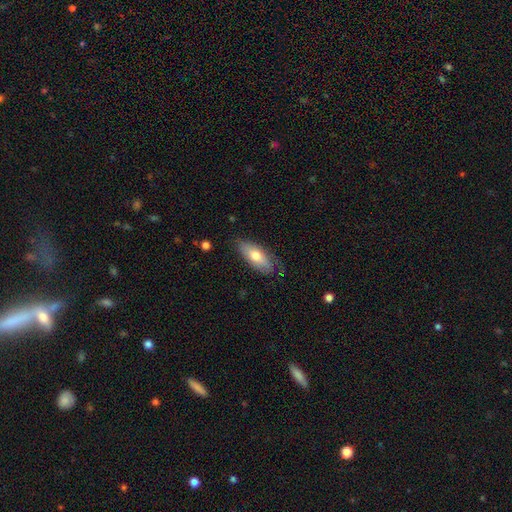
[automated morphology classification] Smooth or featured? Predicted: smooth (p=0.67). How rounded? Predicted: in between (p=0.77). Merging? Predicted: none (p=0.70).